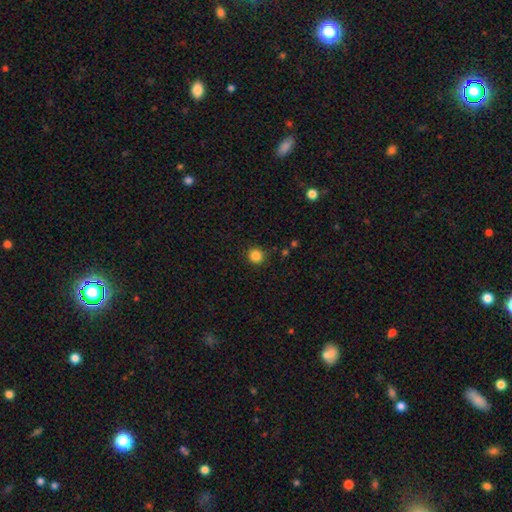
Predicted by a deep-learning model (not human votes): This appears to be a smooth galaxy with no disk features (85%) that is round (93%). Merging: none (91%).